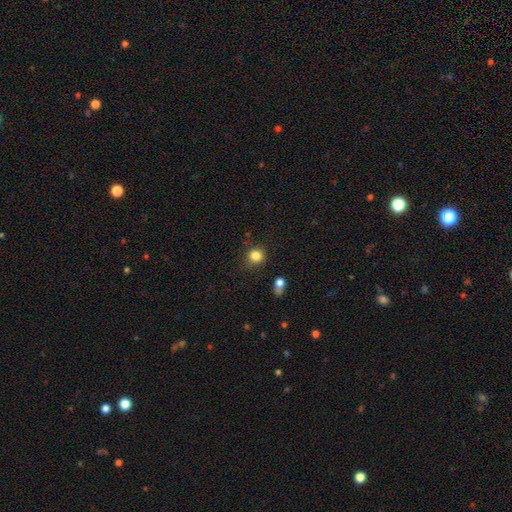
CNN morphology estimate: Smooth or featured: smooth — 83% (star or artifact — 11%)
How rounded: round — 86% (in between — 13%)
Merging: none — 83% (minor disturbance — 11%)